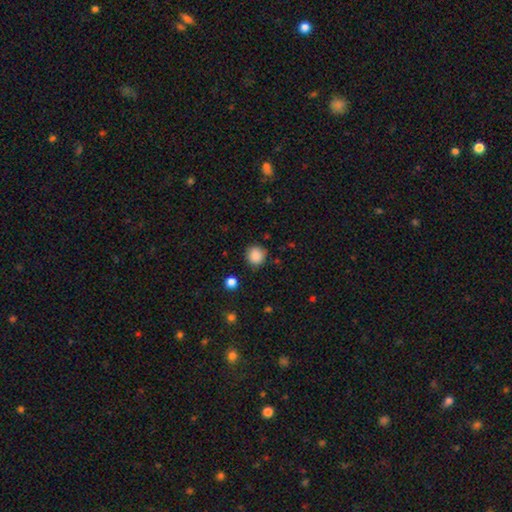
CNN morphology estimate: Q: Smooth or featured?
A: smooth (88%); runner-up: star or artifact (10%)
Q: How rounded?
A: round (92%); runner-up: in between (7%)
Q: Merging?
A: none (87%); runner-up: minor disturbance (9%)